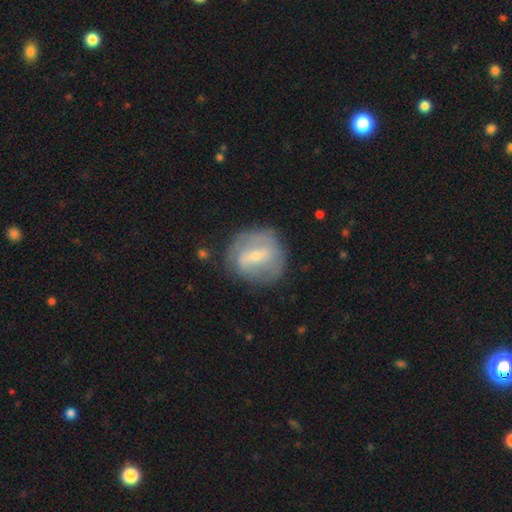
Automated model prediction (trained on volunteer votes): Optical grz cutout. It shows a featured or disk galaxy (60%) with a weak bar (45%), spiral arms (59%) and a small central bulge (65%). Merging: none (70%).